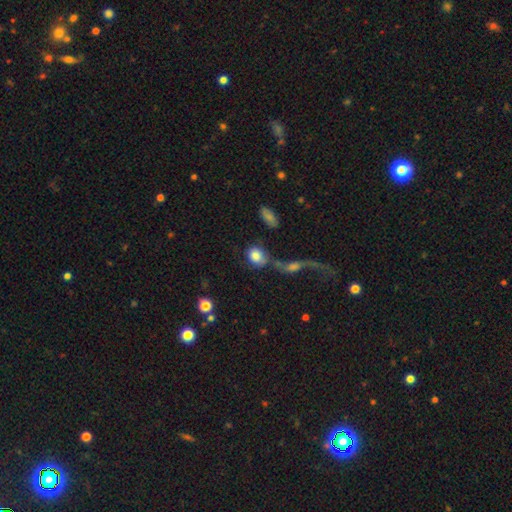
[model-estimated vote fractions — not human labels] Smooth or featured? smooth (77%)
How rounded? round (53%)
Merging? none (38%)